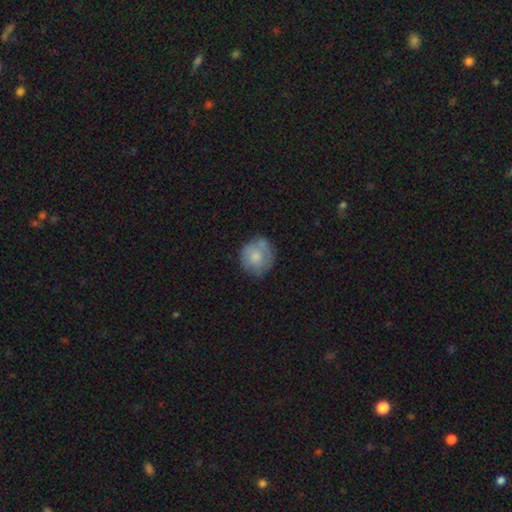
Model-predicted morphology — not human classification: Smooth or featured? smooth (70%)
How rounded? round (84%)
Merging? none (62%)